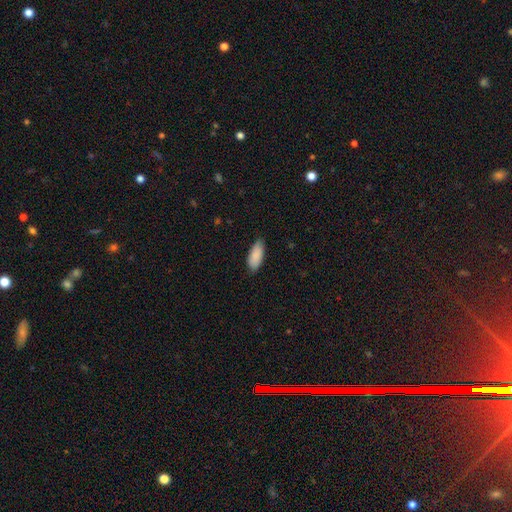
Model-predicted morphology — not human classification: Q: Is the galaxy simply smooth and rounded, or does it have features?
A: smooth — 89%.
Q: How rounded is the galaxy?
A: in between — 84%.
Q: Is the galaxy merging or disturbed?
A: none — 80%.